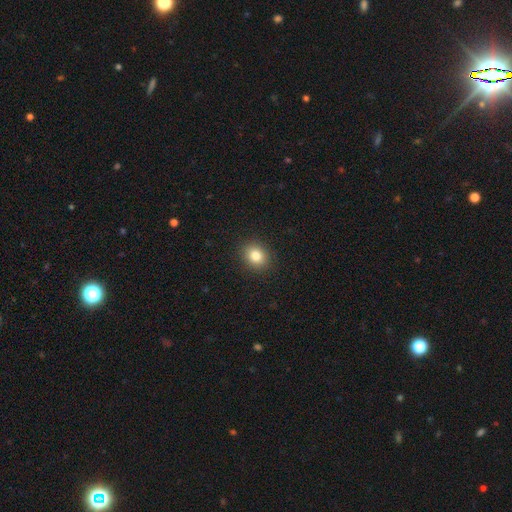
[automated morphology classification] A smooth galaxy with no disk features (82%) that is round (65%).

Vote fractions:
- Smooth or featured? smooth: 82% / star or artifact: 11% / featured or disk: 7%
- How rounded? round: 65% / in between: 34% / cigar-shaped: 1%
- Merging? none: 90% / minor disturbance: 7% / major disturbance: 2% / merger: 1%